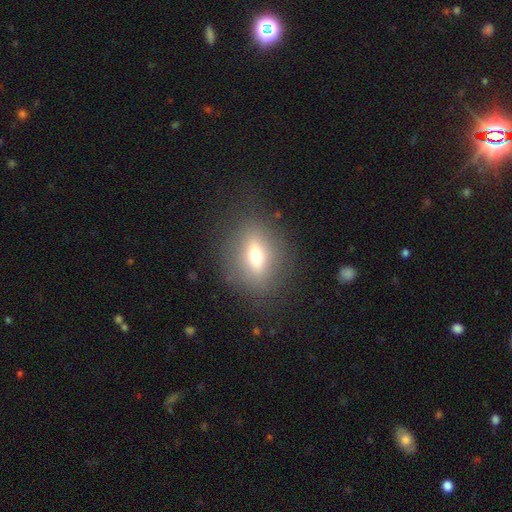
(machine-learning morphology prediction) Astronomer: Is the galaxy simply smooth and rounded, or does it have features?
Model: smooth — 54% (runner-up: featured or disk, 33%).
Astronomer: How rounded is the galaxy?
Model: in between — 51% (runner-up: round, 41%).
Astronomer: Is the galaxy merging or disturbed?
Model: none — 83%.